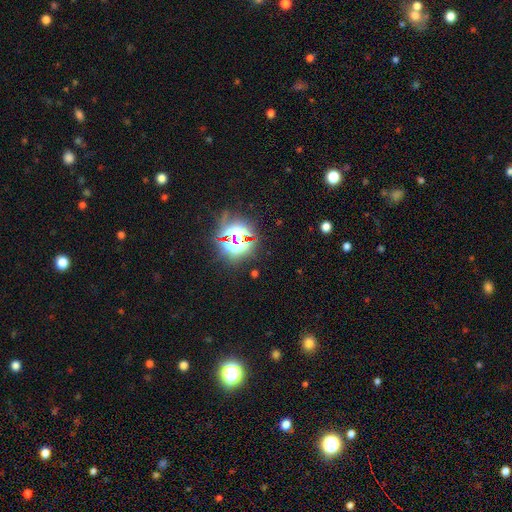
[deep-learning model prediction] Morphology: type=star or artifact (82%).